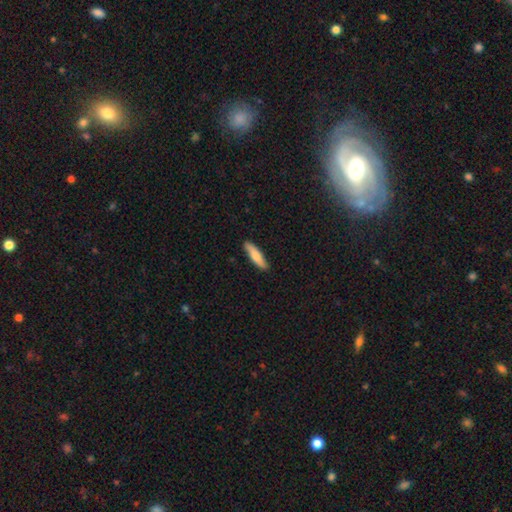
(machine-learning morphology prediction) smooth-or-featured: smooth: 74% | featured or disk: 21% | star or artifact: 5%
  how-rounded: cigar-shaped: 76% | in between: 23% | round: 2%
  merging: none: 89% | minor disturbance: 8% | major disturbance: 1% | merger: 1%